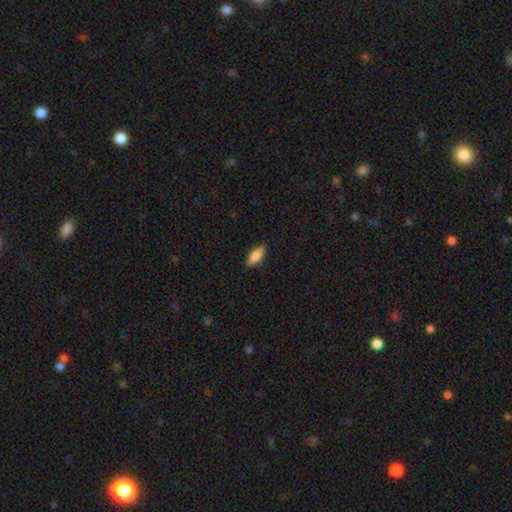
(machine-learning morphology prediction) Smooth or featured? smooth (79%)
How rounded? in between (70%)
Merging? none (85%)